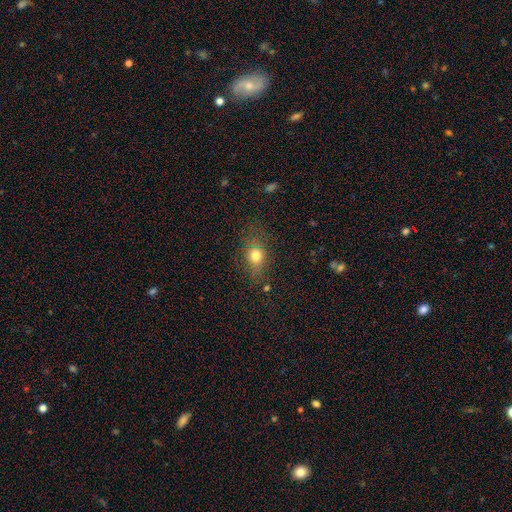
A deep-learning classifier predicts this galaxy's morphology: type=smooth (73%); roundness=in between (51%); merging=none (69%).